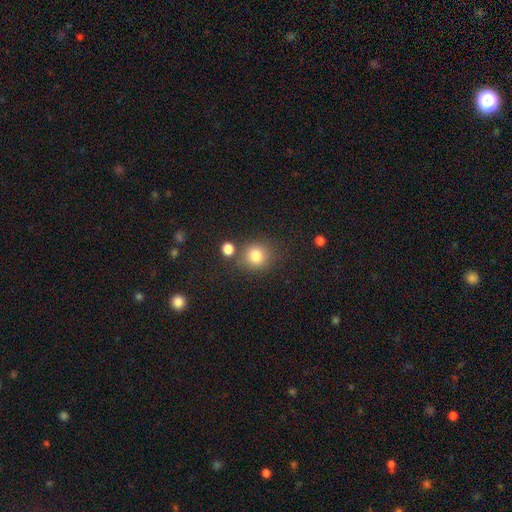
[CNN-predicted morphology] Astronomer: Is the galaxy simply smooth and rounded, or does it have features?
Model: smooth — 81%.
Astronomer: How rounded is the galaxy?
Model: round — 82%.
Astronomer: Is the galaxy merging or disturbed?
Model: none — 74%.